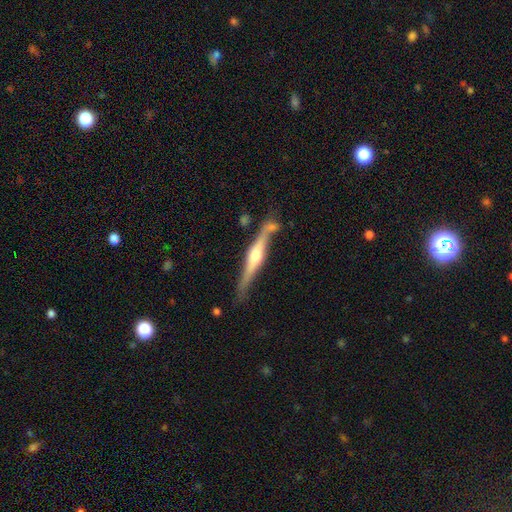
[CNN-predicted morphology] smooth_or_featured: featured or disk (p=0.75) [alt: smooth p=0.19]
disk_edge_on: yes (p=0.96) [alt: no p=0.04]
edge_on_bulge: rounded (p=0.89) [alt: boxy p=0.07]
merging: none (p=0.70) [alt: minor disturbance p=0.16]